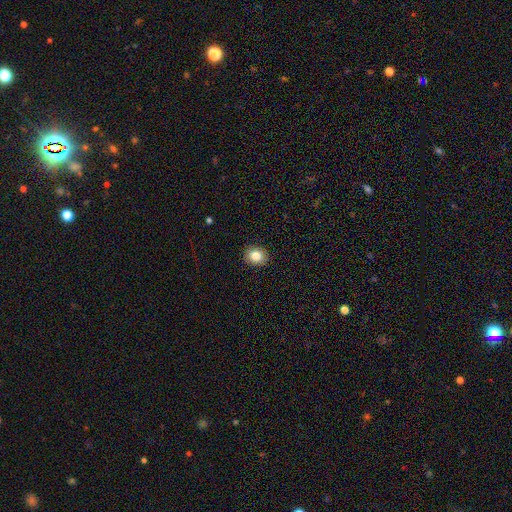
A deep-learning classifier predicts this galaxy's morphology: This is clearly a smooth galaxy (85%). How rounded: likely round (66%). Merging: clearly none (90%).